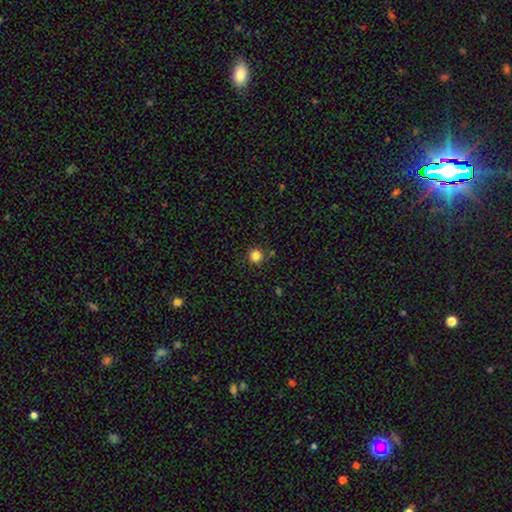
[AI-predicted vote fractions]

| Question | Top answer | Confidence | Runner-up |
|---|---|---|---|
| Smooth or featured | smooth | 83% | star or artifact (12%) |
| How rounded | round | 94% | in between (5%) |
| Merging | none | 84% | minor disturbance (9%) |